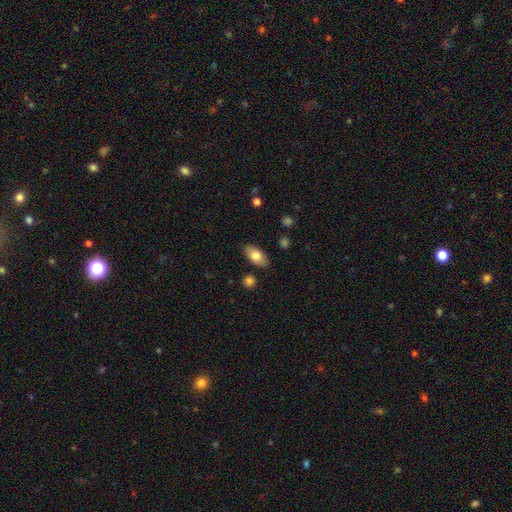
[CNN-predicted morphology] smooth 79%, featured or disk 15%, star or artifact 7%. Down the decision tree: how rounded — in between (91%); merging — none (84%).